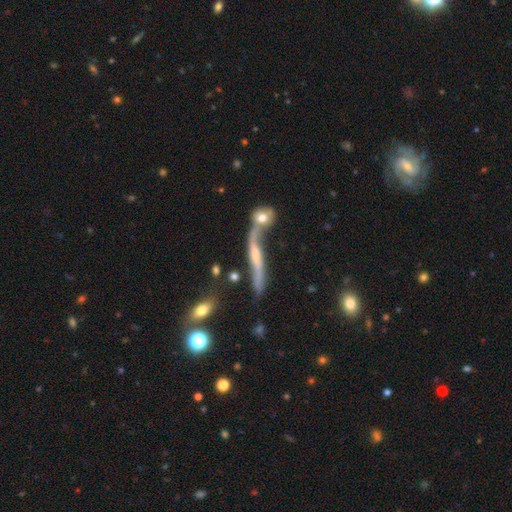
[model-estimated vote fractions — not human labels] smooth_or_featured: featured or disk (p=0.73) [alt: smooth p=0.19]
disk_edge_on: yes (p=0.59) [alt: no p=0.41]
merging: none (p=0.36) [tied with: merger p=0.36]